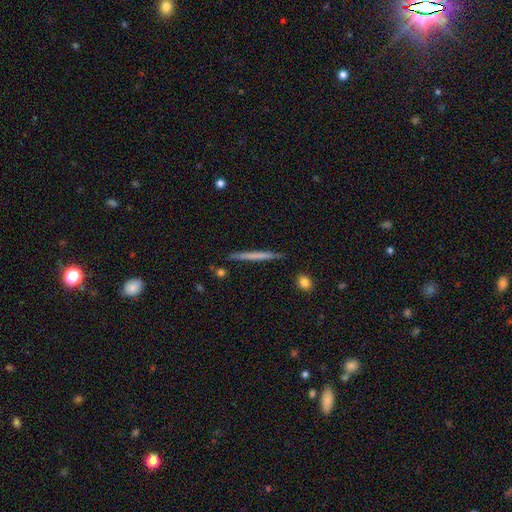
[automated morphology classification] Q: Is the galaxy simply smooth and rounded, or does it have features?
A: smooth — 55%.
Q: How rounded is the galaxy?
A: cigar-shaped — 97%.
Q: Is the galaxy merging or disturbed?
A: none — 89%.